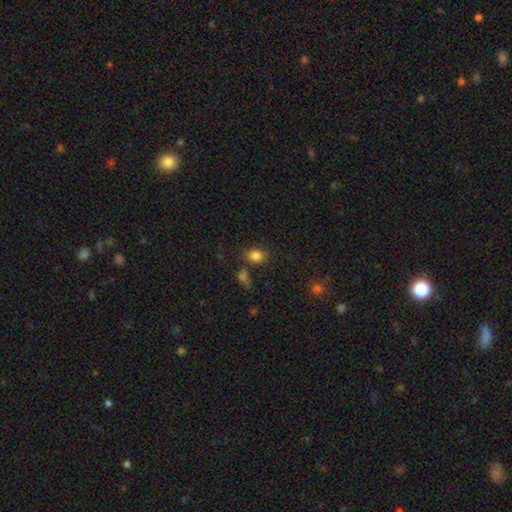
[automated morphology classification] Smooth or featured? smooth (83%)
How rounded? round (51%)
Merging? none (71%)